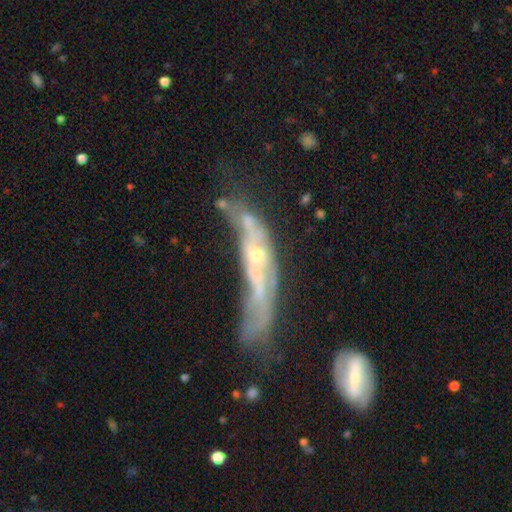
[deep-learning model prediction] Morphology: type=featured or disk (66%); edge-on=no (59%); merging=major disturbance (35%).